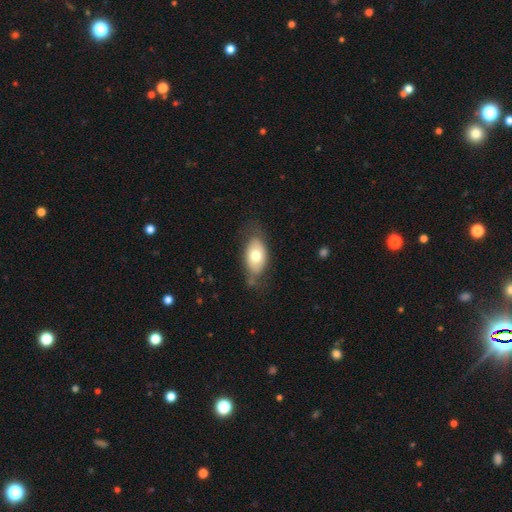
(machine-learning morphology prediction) This is likely a smooth galaxy (68%). How rounded: clearly in between (91%). Merging: likely none (67%).